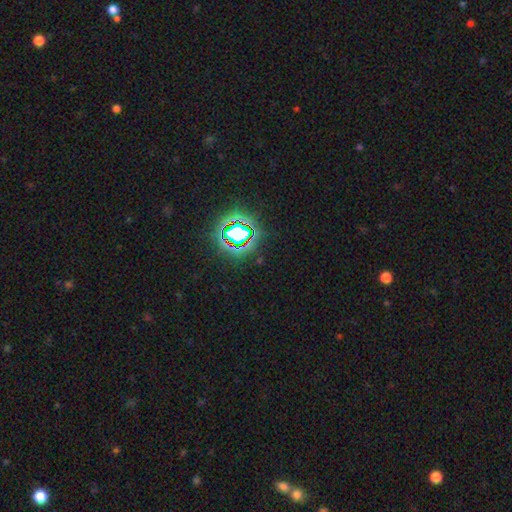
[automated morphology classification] Overall: star or artifact (79%).